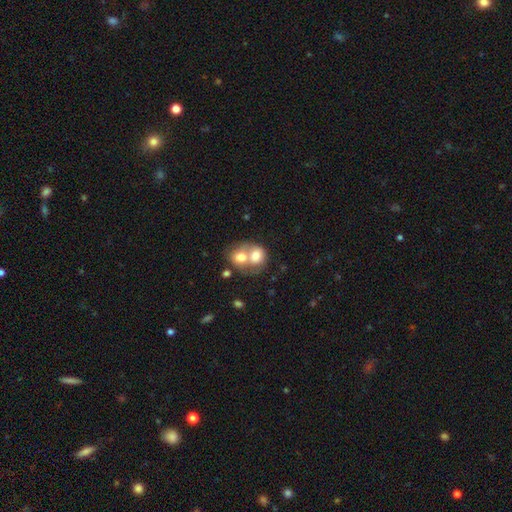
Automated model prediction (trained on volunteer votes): Smooth or featured: smooth — 68% (featured or disk — 24%)
How rounded: round — 59% (in between — 40%)
Merging: merger — 77% (none — 14%)